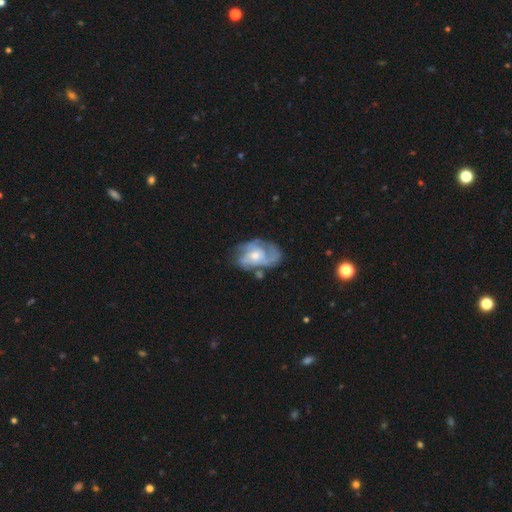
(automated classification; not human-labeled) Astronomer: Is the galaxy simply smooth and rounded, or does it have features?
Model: featured or disk — 74%.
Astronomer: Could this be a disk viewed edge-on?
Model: no — 97%.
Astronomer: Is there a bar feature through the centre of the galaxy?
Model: no — 74%.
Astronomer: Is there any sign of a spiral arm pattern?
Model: yes — 80%.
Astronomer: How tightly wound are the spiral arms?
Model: tight — 46% (runner-up: medium, 38%).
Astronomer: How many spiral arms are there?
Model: can't tell — 38% (runner-up: 2, 28%).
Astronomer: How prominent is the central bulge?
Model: moderate — 54% (runner-up: small, 37%).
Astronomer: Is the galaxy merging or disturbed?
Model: none — 52%.